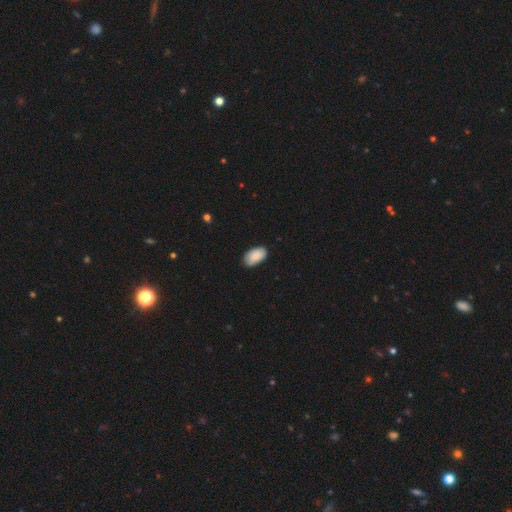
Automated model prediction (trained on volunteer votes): A smooth galaxy with no disk features (88%) that is in between round and cigar-shaped (95%).

Vote fractions:
- Smooth or featured? smooth: 88% / star or artifact: 6% / featured or disk: 6%
- How rounded? in between: 95% / round: 3% / cigar-shaped: 2%
- Merging? none: 79% / minor disturbance: 18% / major disturbance: 2% / merger: 1%